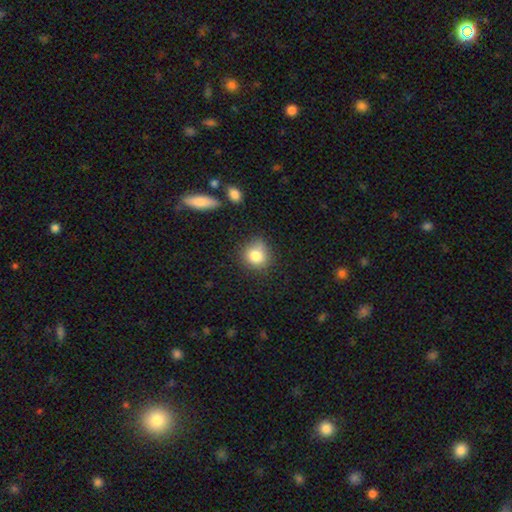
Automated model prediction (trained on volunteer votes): A smooth galaxy with no disk features (82%) that is round (78%). Merging: none (71%).